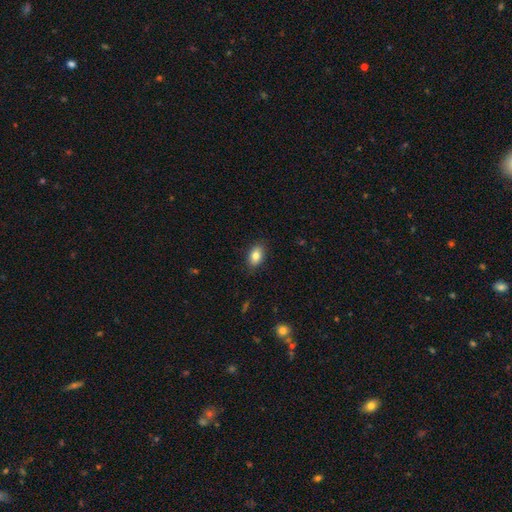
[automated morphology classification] smooth_or_featured: smooth (p=0.81) [alt: featured or disk p=0.11]
how_rounded: in between (p=0.88) [alt: round p=0.10]
merging: none (p=0.86) [alt: minor disturbance p=0.11]